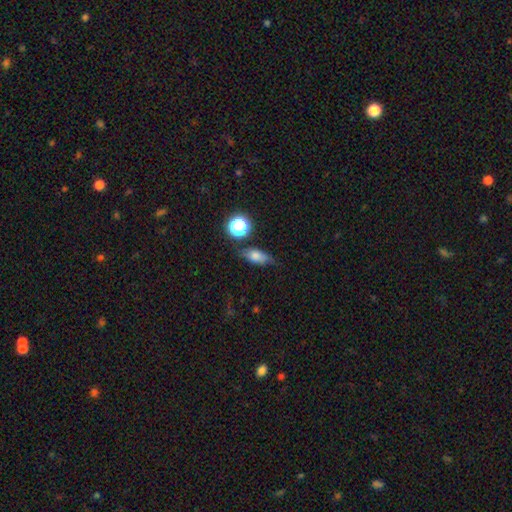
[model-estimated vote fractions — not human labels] Overall: smooth (67%). How rounded: in between (68%). Merging: none (61%; minor disturbance 26%).